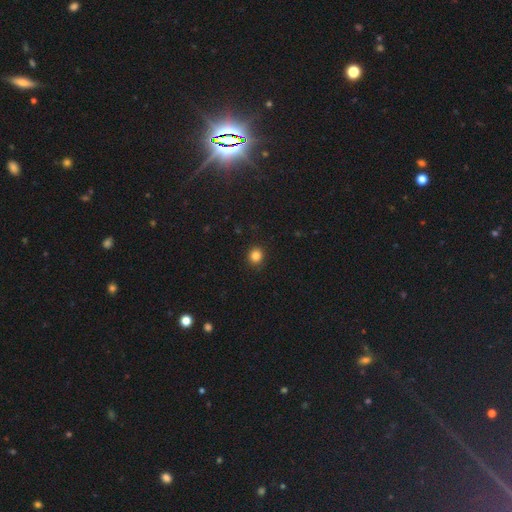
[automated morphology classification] A smooth galaxy with no disk features (84%) that is round (89%).

Vote fractions:
- Smooth or featured? smooth: 84% / star or artifact: 12% / featured or disk: 4%
- How rounded? round: 89% / in between: 10% / cigar-shaped: 1%
- Merging? none: 91% / minor disturbance: 6% / major disturbance: 2% / merger: 1%